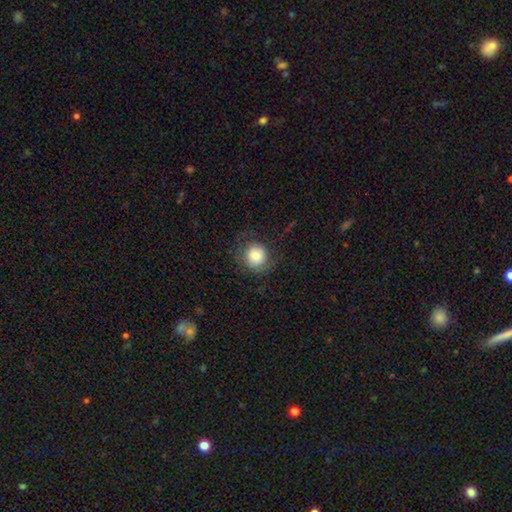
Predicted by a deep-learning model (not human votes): A smooth galaxy with no disk features (75%) that is round (90%). Merging: none (71%).